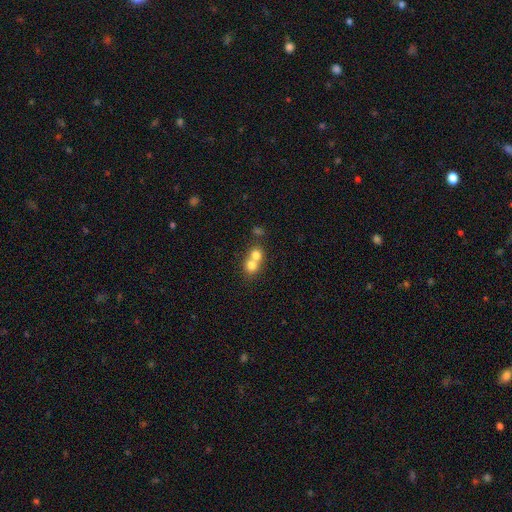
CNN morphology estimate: Q: Smooth or featured?
A: smooth (73%); runner-up: featured or disk (16%)
Q: How rounded?
A: round (79%); runner-up: in between (20%)
Q: Merging?
A: merger (67%); runner-up: none (27%)